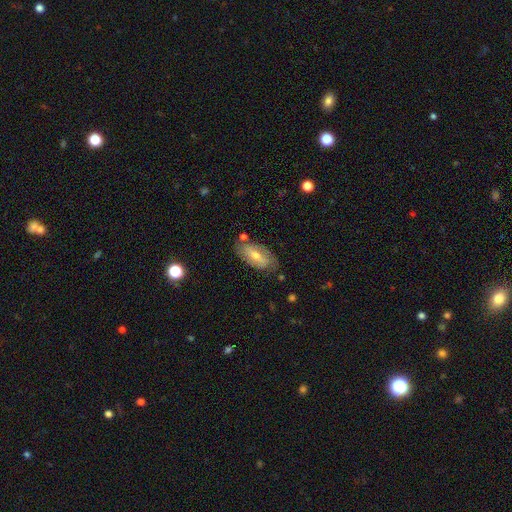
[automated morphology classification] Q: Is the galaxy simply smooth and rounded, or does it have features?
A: featured or disk — 48%.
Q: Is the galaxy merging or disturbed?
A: none — 70%.